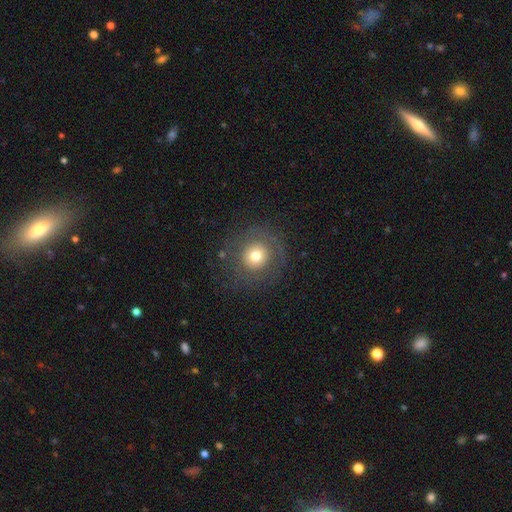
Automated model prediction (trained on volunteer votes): Morphology: type=smooth (66%); roundness=round (92%); merging=none (78%).